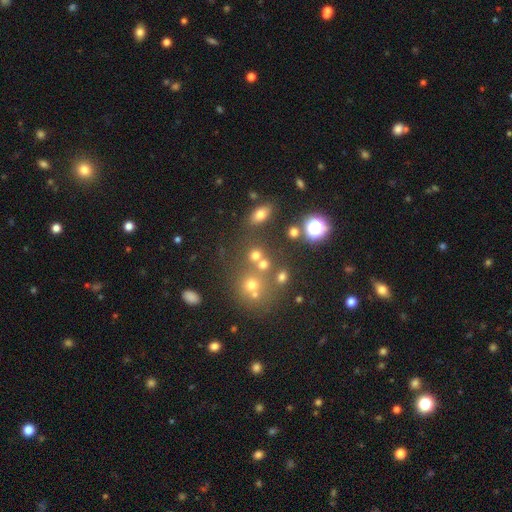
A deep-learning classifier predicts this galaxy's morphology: Smooth or featured? Predicted: smooth (p=0.64). How rounded? Predicted: round (p=0.78). Merging? Predicted: none (p=0.61).